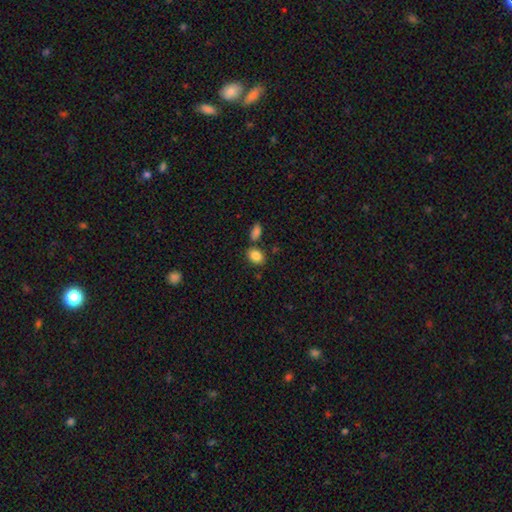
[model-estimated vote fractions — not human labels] Morphology: type=smooth (87%); roundness=in between (70%); merging=none (71%).